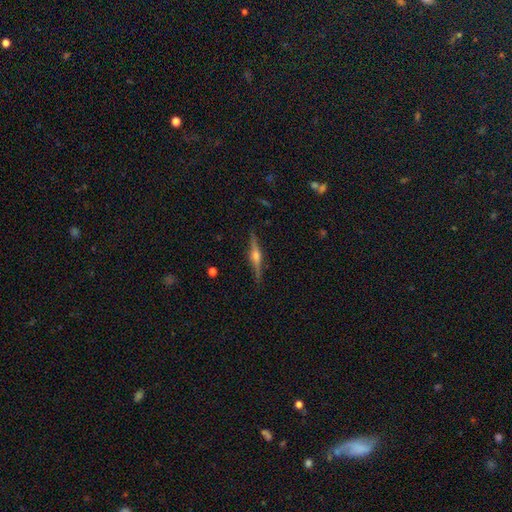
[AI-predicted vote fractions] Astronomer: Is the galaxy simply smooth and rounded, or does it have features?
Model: featured or disk — 82%.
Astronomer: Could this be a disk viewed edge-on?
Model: yes — 98%.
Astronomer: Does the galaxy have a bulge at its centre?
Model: rounded — 93%.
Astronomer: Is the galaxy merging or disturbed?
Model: none — 90%.